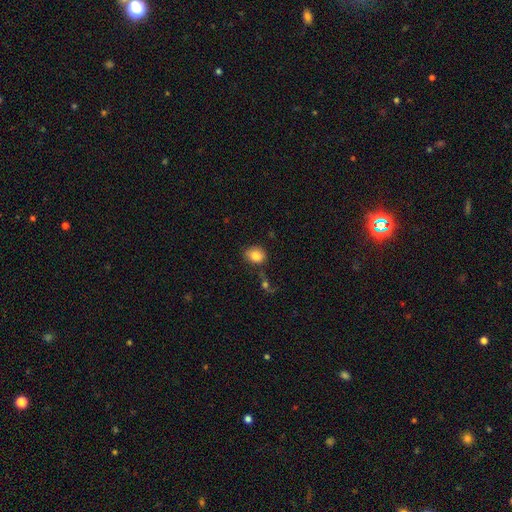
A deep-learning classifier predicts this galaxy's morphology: This appears to be a smooth galaxy with no disk features (84%) that is in between round and cigar-shaped (54%). Merging: none (67%).